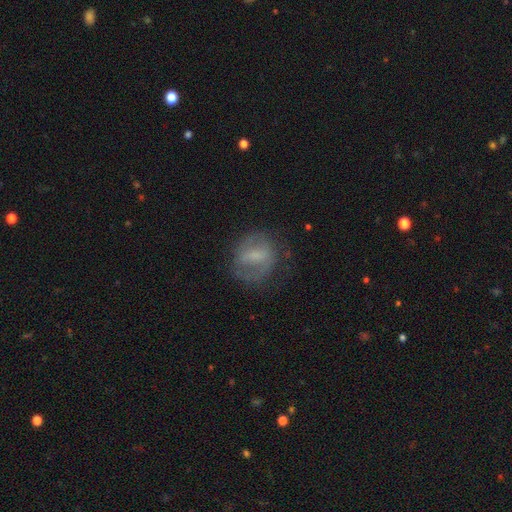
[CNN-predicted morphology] A featured or disk galaxy (54%) with a weak bar (47%), spiral arms (64%) and a small central bulge (41%). Merging: none (62%).